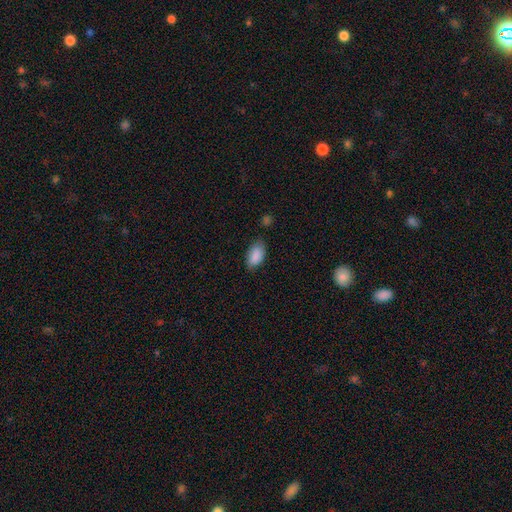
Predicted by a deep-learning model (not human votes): Smooth or featured: smooth — 88% (star or artifact — 7%)
How rounded: in between — 93% (round — 3%)
Merging: none — 71% (minor disturbance — 22%)